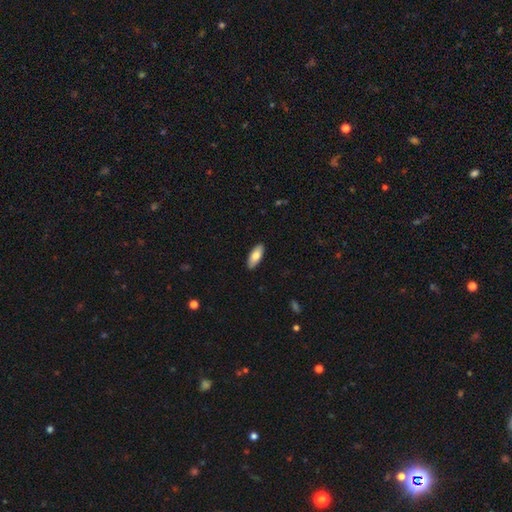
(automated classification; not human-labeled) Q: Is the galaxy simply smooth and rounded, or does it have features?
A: smooth — 78%.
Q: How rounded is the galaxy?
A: in between — 80%.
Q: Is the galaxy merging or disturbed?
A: none — 90%.